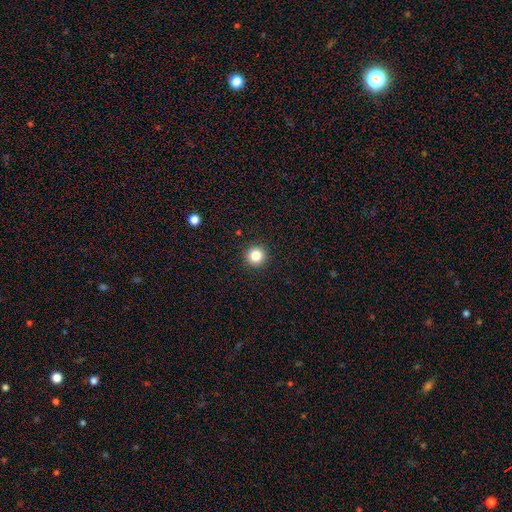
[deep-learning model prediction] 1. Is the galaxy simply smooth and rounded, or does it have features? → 84% smooth, 11% star or artifact, 5% featured or disk.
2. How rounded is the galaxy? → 95% round, 4% in between, 1% cigar-shaped.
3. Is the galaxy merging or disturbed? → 93% none, 5% minor disturbance, 2% major disturbance, 1% merger.